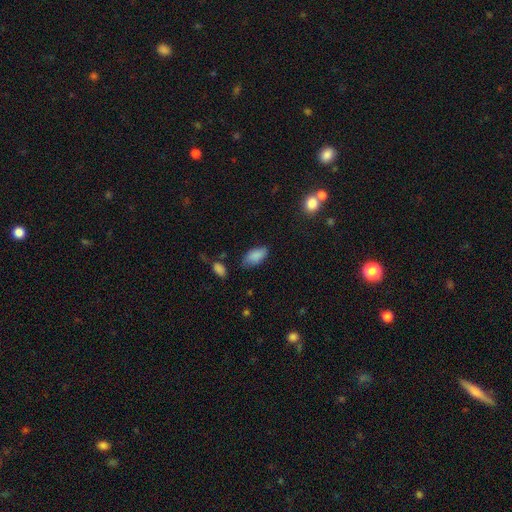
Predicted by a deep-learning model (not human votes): The model was most divided on "merging": none: 71%, minor disturbance: 22%, major disturbance: 5%, merger: 3%. More confident: how rounded — in between (93%); smooth or featured — smooth (87%).